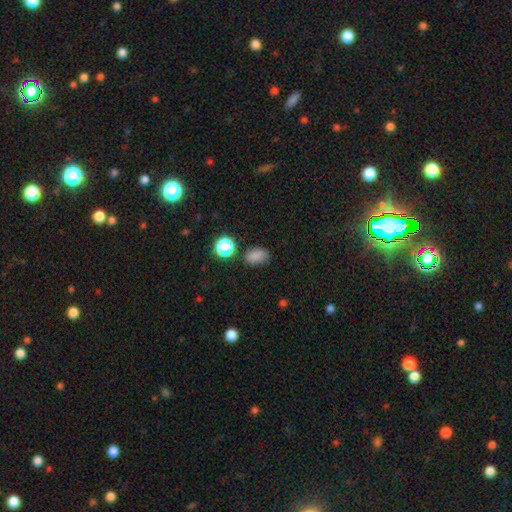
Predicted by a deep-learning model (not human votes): A smooth galaxy with no disk features (79%) that is in between round and cigar-shaped (76%). Merging: none (73%).